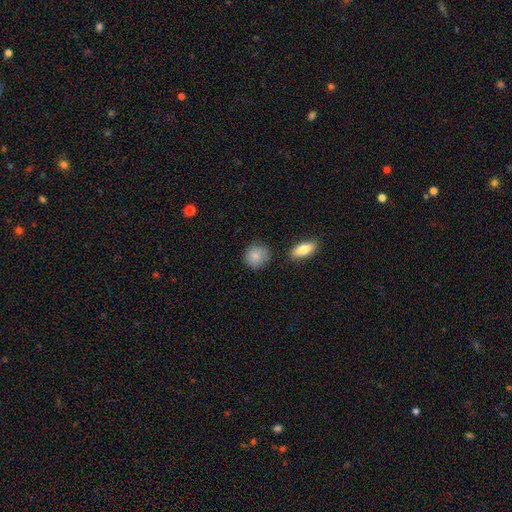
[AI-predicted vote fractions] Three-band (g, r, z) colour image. It shows a smooth galaxy with no disk features (87%) that is round (82%). Merging: none (81%).